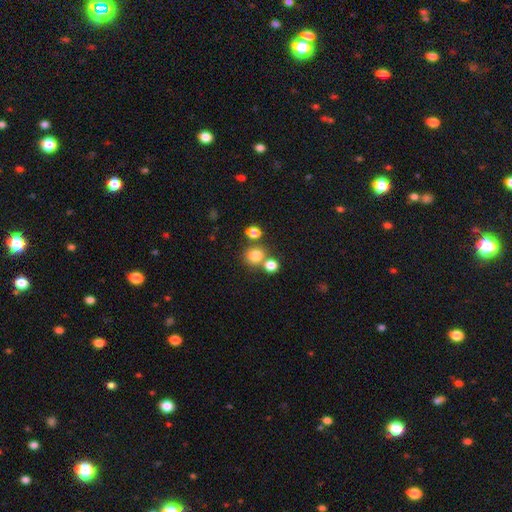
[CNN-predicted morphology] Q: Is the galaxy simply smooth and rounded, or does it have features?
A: smooth — 79%.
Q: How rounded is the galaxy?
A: round — 82%.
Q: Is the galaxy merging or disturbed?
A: none — 62%.